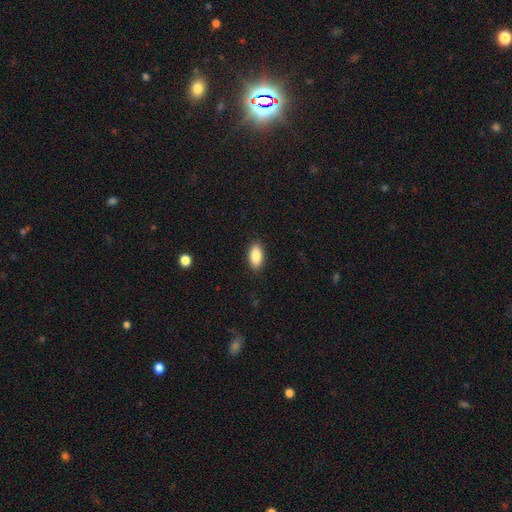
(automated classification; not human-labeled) This appears to be a smooth galaxy with no disk features (87%) that is in between round and cigar-shaped (92%). Merging: none (89%).